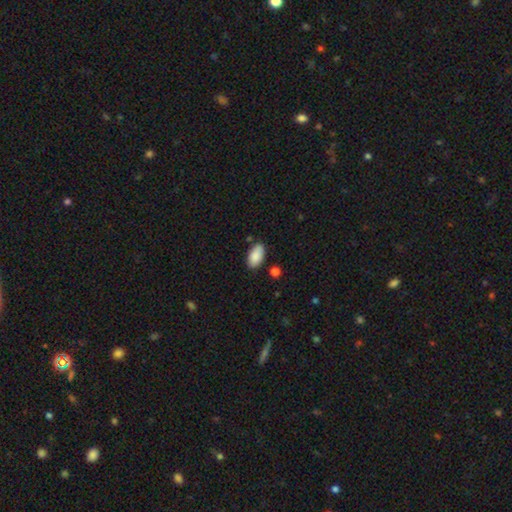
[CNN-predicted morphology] Q: Smooth or featured?
A: smooth (88%); runner-up: star or artifact (7%)
Q: How rounded?
A: in between (95%); runner-up: cigar-shaped (3%)
Q: Merging?
A: none (80%); runner-up: minor disturbance (14%)